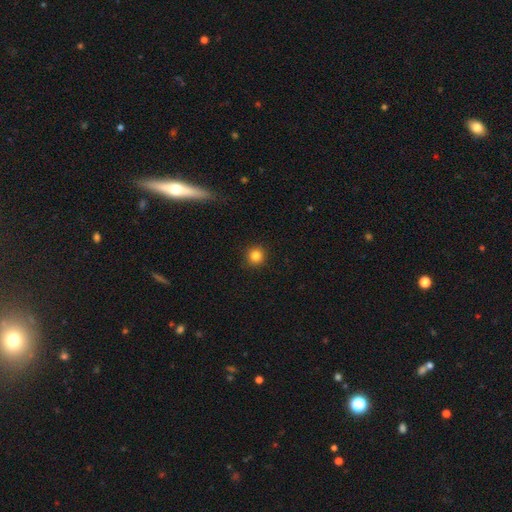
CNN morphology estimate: type=smooth (84%); roundness=round (93%); merging=none (92%).